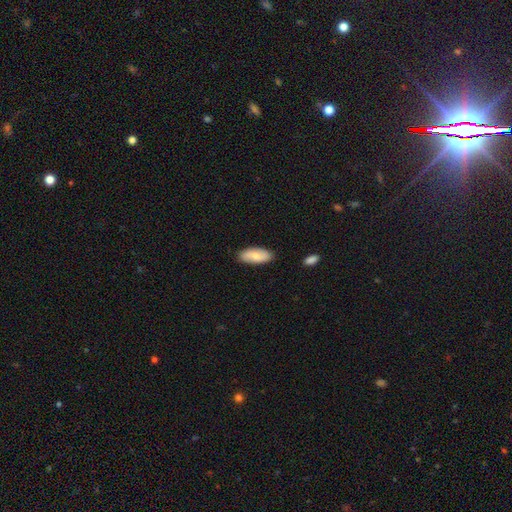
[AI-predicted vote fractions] The model was most divided on "smooth or featured": smooth: 70%, featured or disk: 24%, star or artifact: 6%. More confident: how rounded — in between (86%); merging — none (86%).